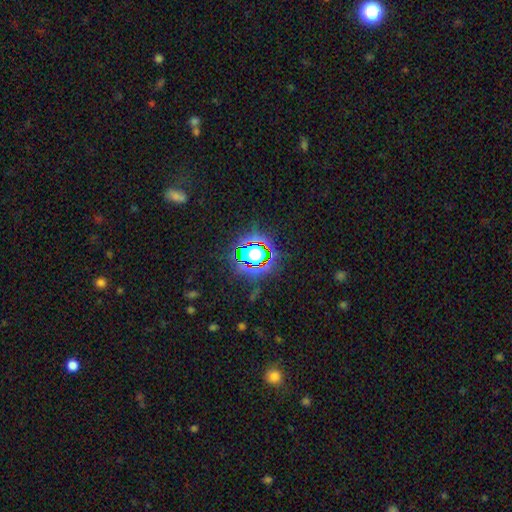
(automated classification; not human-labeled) This is likely a star or artifact rather than a galaxy (69%).